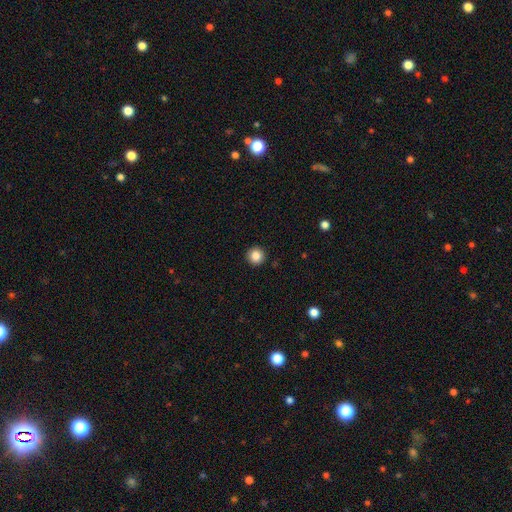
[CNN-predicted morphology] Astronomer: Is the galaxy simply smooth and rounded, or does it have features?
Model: smooth — 85%.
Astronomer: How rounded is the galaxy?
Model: round — 96%.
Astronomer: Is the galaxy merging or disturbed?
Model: none — 93%.